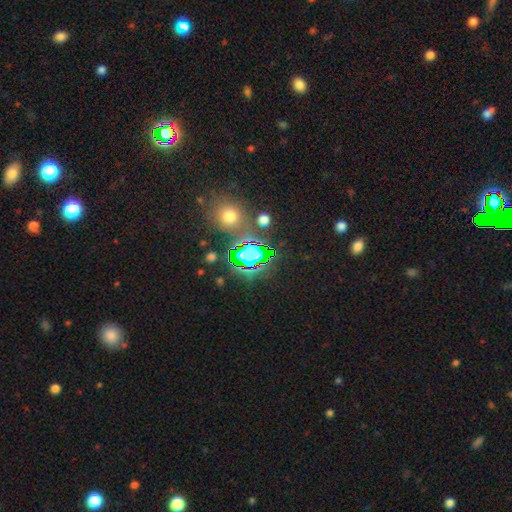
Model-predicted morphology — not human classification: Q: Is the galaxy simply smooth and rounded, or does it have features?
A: star or artifact — 74%.